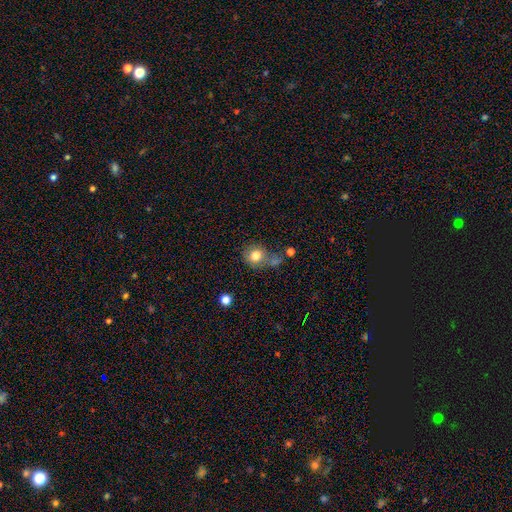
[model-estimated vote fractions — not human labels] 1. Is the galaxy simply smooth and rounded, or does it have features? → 80% smooth, 10% featured or disk, 10% star or artifact.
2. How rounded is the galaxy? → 78% round, 21% in between, 1% cigar-shaped.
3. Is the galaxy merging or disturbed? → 52% none, 20% merger, 19% minor disturbance, 9% major disturbance.